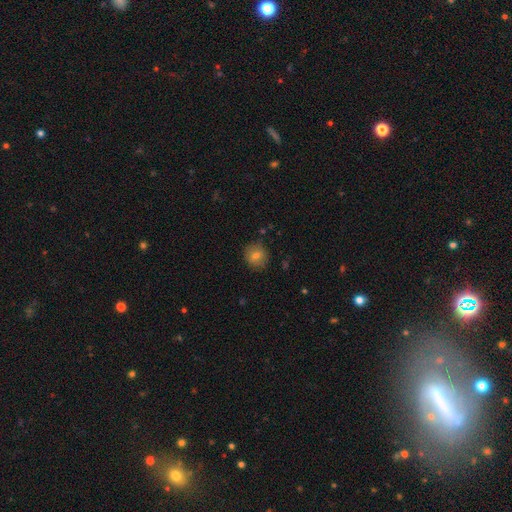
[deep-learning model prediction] This appears to be a smooth galaxy with no disk features (76%) that is round (85%). Merging: none (86%).